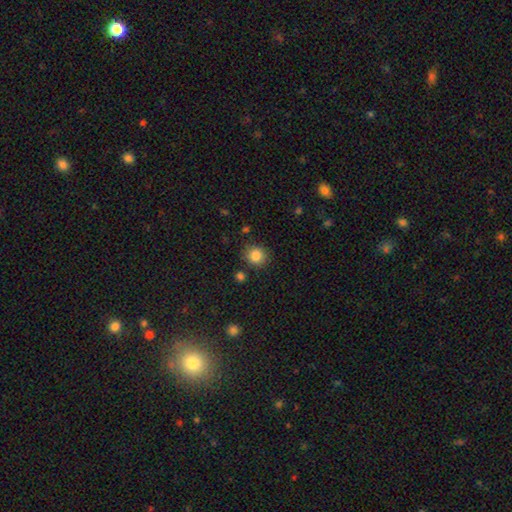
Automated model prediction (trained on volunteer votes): Morphology: type=smooth (85%); roundness=round (87%); merging=none (83%).